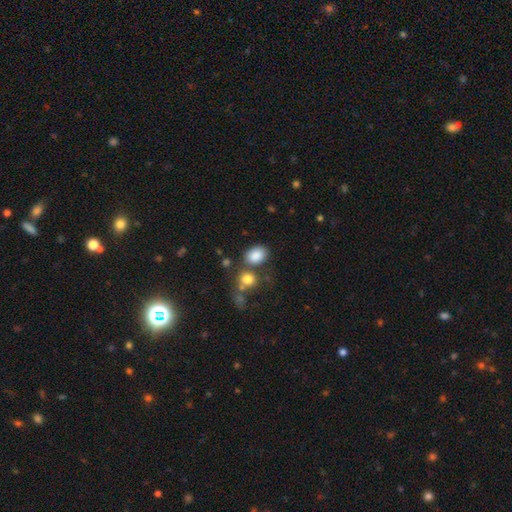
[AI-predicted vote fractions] Overall: smooth (85%). How rounded: in between (71%). Merging: none (64%).